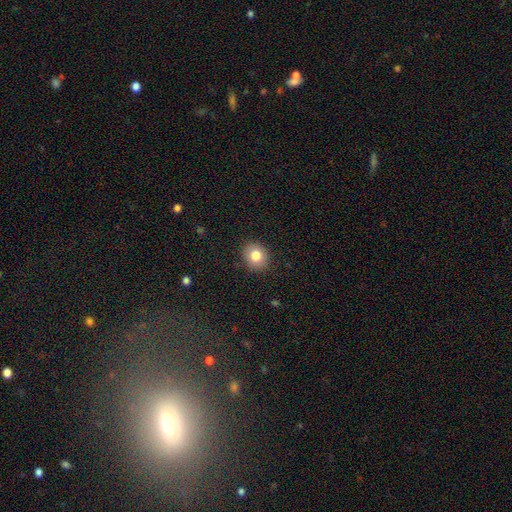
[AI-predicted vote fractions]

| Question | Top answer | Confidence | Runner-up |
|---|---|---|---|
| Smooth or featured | smooth | 81% | star or artifact (10%) |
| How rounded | round | 71% | in between (28%) |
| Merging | none | 89% | minor disturbance (8%) |